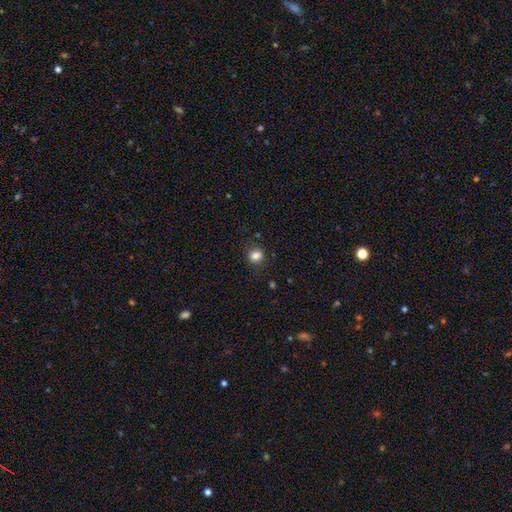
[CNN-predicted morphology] Smooth or featured?
  - smooth: 84% *
  - star or artifact: 12%
  - featured or disk: 5%
How rounded?
  - round: 82% *
  - in between: 17%
  - cigar-shaped: 1%
Merging?
  - none: 85% *
  - minor disturbance: 11%
  - major disturbance: 3%
  - merger: 1%